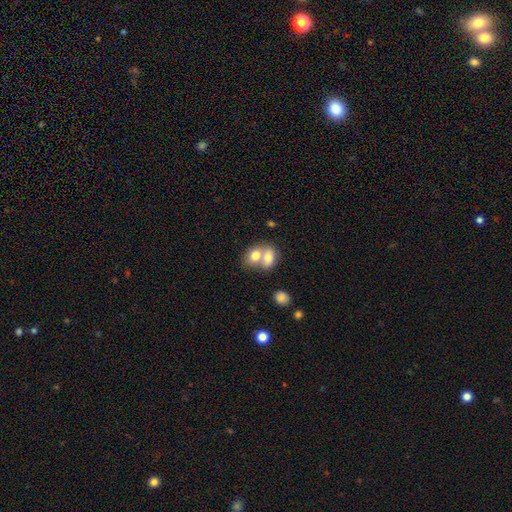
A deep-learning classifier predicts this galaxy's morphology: The model was most divided on "how rounded": in between: 66%, round: 33%, cigar-shaped: 1%. More confident: smooth or featured — smooth (75%); merging — merger (70%).